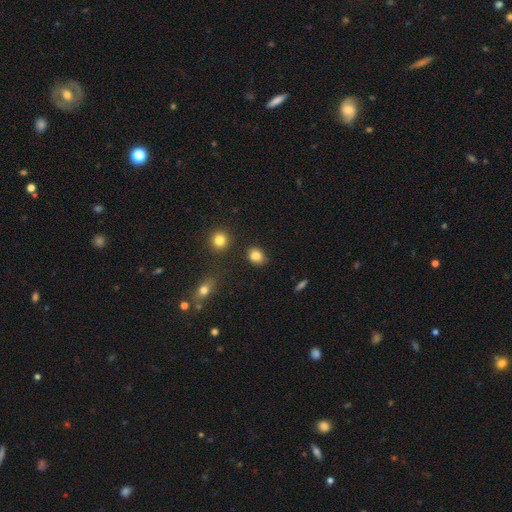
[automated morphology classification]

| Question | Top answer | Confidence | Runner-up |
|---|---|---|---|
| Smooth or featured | smooth | 84% | star or artifact (10%) |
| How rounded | in between | 56% | round (43%) |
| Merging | none | 79% | minor disturbance (13%) |